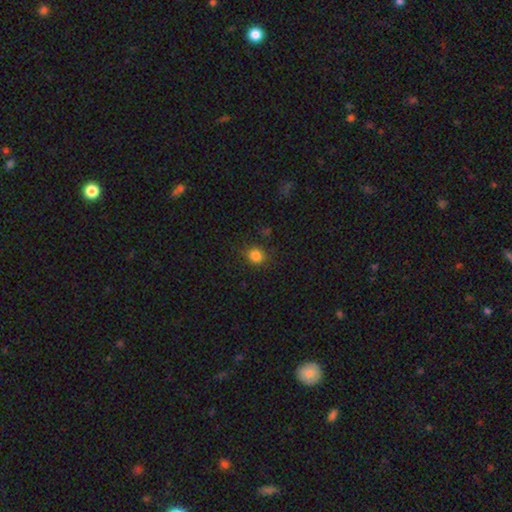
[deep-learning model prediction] smooth 83%, star or artifact 13%, featured or disk 5%. Down the decision tree: how rounded — round (79%); merging — none (85%).